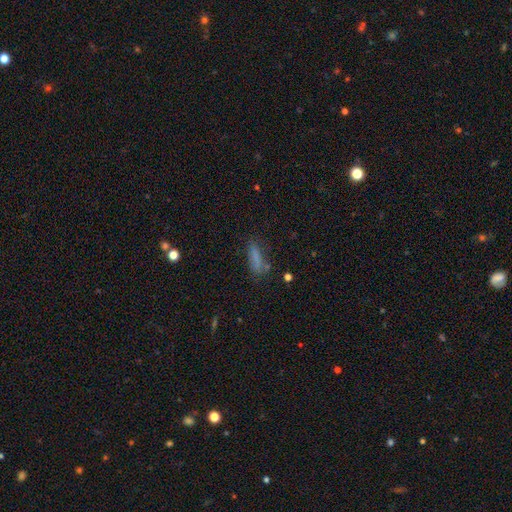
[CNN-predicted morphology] This appears to be a smooth galaxy with no disk features (71%) that is cigar-shaped (61%). Merging: none (62%).